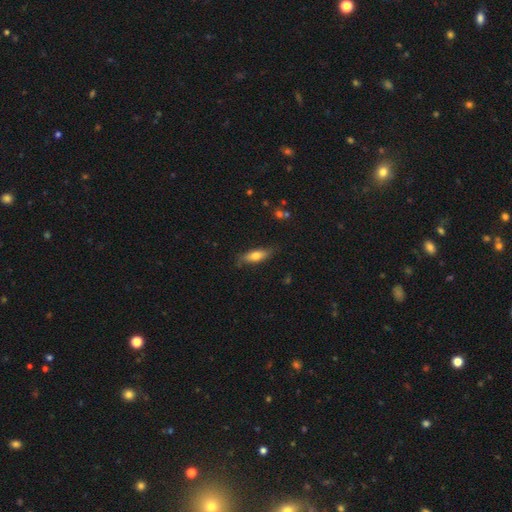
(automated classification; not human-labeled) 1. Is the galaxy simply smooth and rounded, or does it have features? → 66% smooth, 27% featured or disk, 7% star or artifact.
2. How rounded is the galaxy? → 54% in between, 43% cigar-shaped, 3% round.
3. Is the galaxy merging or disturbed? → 77% none, 18% minor disturbance, 3% major disturbance, 1% merger.